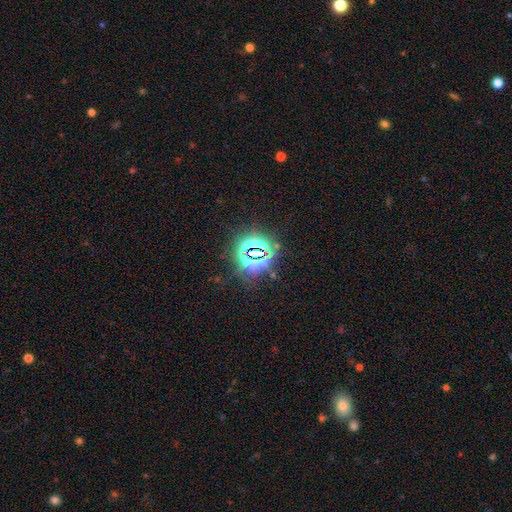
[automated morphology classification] Smooth or featured? star or artifact (78%)